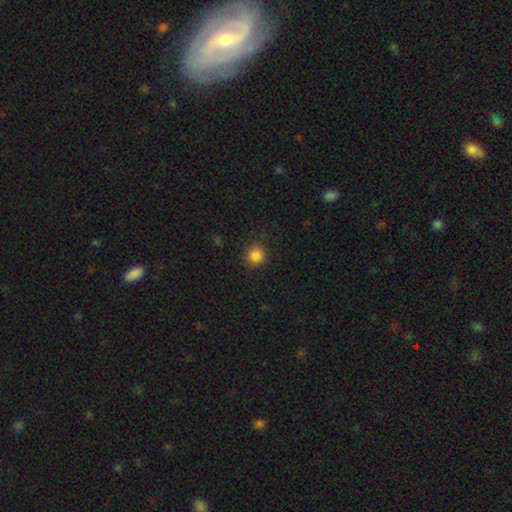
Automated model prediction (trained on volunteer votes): Morphology: type=smooth (84%); roundness=round (91%); merging=none (88%).